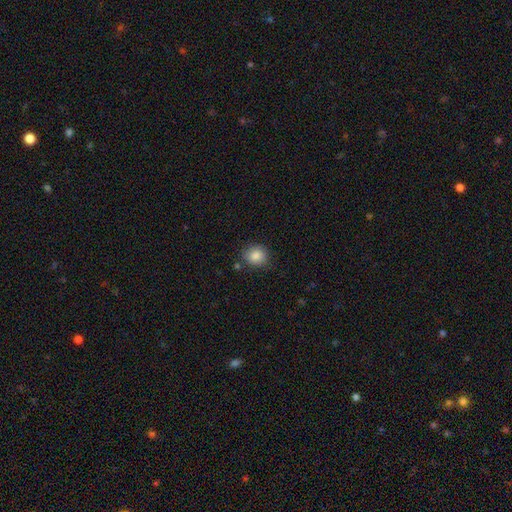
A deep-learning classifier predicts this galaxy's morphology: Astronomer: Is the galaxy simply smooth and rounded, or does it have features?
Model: smooth — 86%.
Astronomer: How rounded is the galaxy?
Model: round — 72%.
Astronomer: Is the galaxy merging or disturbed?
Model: none — 78%.